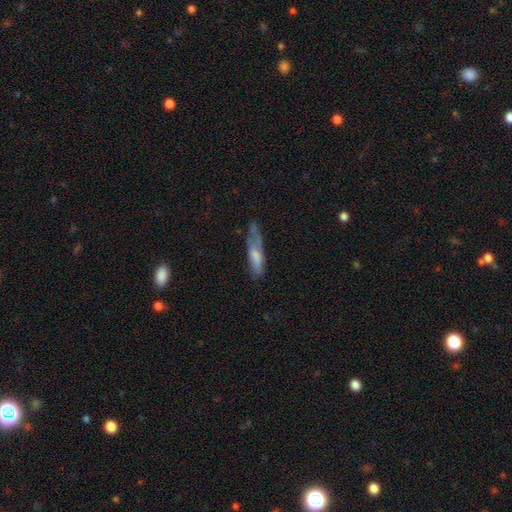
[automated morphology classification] smooth 62%, featured or disk 30%, star or artifact 7%. Down the decision tree: how rounded — cigar-shaped (67%); merging — none (43%).